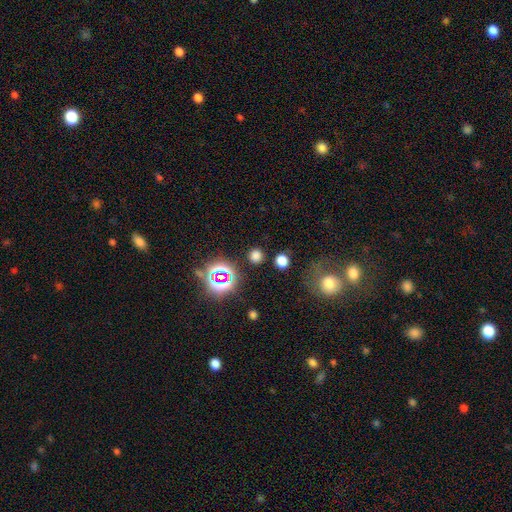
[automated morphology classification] A smooth galaxy with no disk features (64%) that is round (90%). Merging: none (85%).